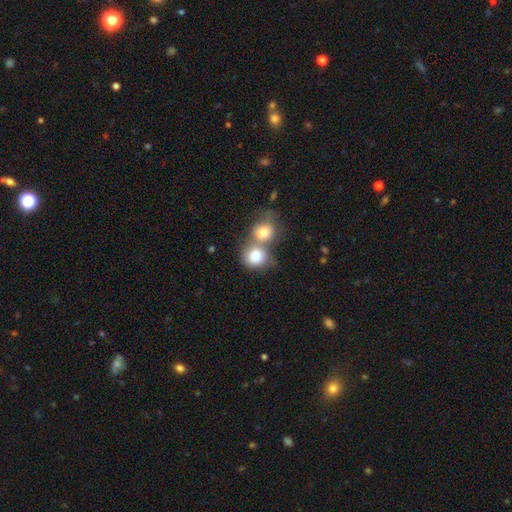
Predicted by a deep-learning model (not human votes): Smooth or featured? Predicted: smooth (p=0.78). How rounded? Predicted: round (p=0.78). Merging? Predicted: merger (p=0.63).